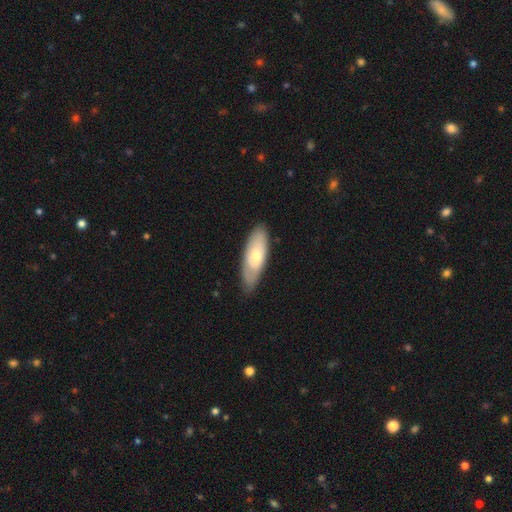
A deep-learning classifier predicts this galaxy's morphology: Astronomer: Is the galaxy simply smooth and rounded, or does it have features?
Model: smooth — 58% (runner-up: featured or disk, 36%).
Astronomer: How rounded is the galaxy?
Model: in between — 68%.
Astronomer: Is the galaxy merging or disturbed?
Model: none — 76%.